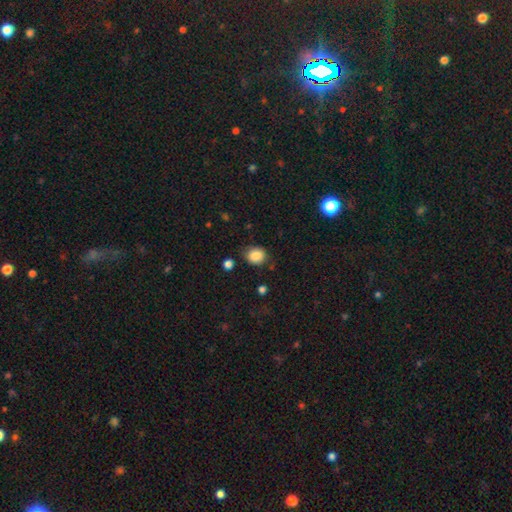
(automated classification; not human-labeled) Smooth or featured? Predicted: smooth (p=0.87). How rounded? Predicted: round (p=0.69). Merging? Predicted: none (p=0.76).